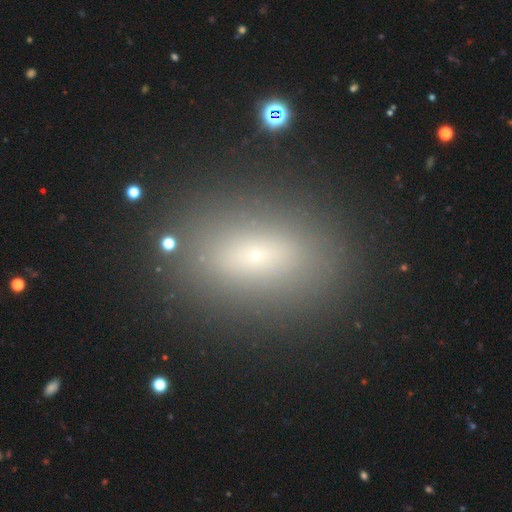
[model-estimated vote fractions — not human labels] smooth-or-featured: smooth: 62% | star or artifact: 20% | featured or disk: 18%
  how-rounded: in between: 70% | round: 21% | cigar-shaped: 8%
  merging: none: 85% | minor disturbance: 9% | major disturbance: 4% | merger: 2%